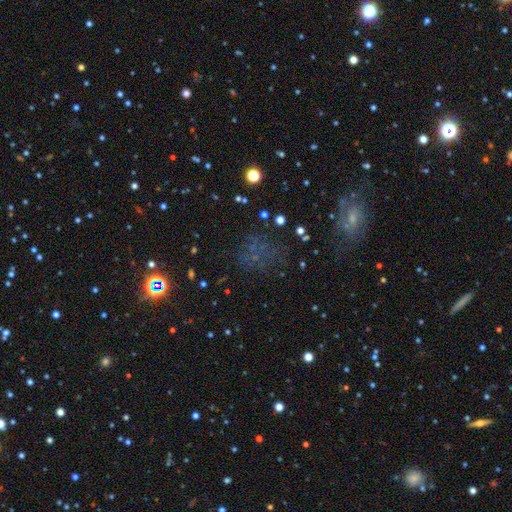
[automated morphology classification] Q: Smooth or featured?
A: star or artifact (44%); runner-up: smooth (37%)